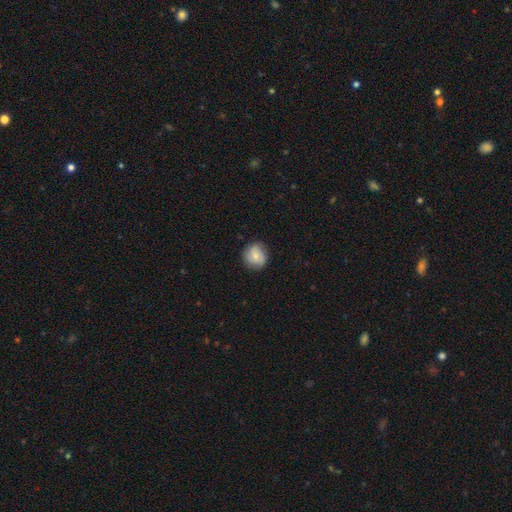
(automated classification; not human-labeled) smooth-or-featured: smooth: 61% | featured or disk: 31% | star or artifact: 8%
  how-rounded: round: 84% | in between: 15% | cigar-shaped: 1%
  merging: none: 81% | minor disturbance: 15% | major disturbance: 3% | merger: 1%